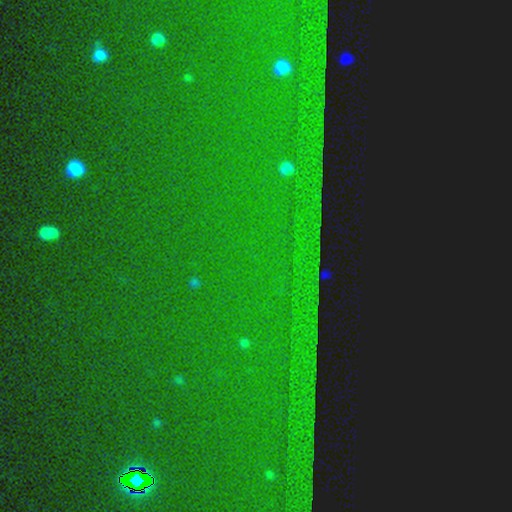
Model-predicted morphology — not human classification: A star or artifact, not a galaxy (86%).